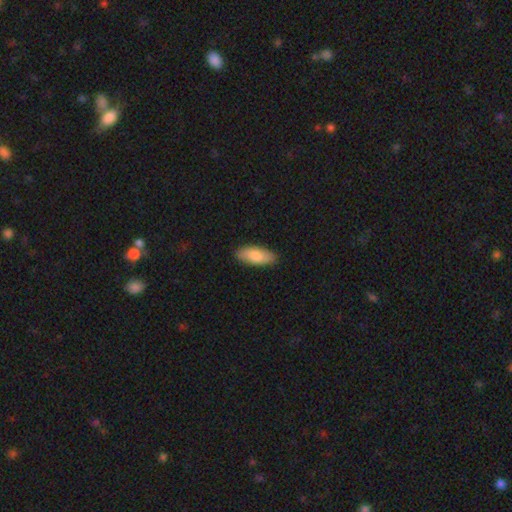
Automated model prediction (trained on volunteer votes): This is clearly a smooth galaxy (84%). How rounded: clearly in between (81%). Merging: clearly none (87%).